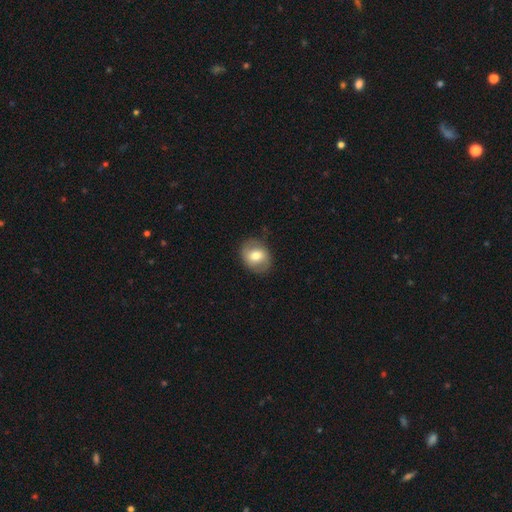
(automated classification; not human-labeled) Morphology: type=smooth (60%); roundness=round (54%); merging=none (80%).